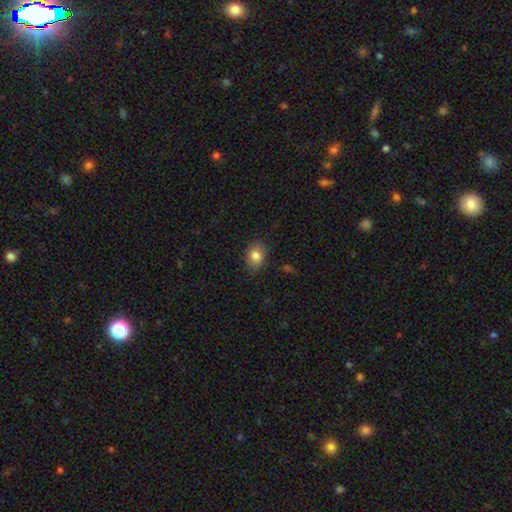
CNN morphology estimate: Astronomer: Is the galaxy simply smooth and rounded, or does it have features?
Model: smooth — 83%.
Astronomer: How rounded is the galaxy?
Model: in between — 69%.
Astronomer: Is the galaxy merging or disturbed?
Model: none — 85%.